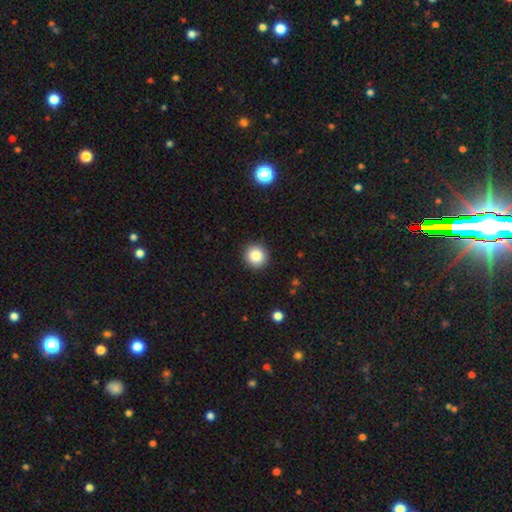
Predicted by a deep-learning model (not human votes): Smooth or featured?
  - smooth: 85% *
  - star or artifact: 10%
  - featured or disk: 5%
How rounded?
  - round: 94% *
  - in between: 5%
  - cigar-shaped: 1%
Merging?
  - none: 92% *
  - minor disturbance: 5%
  - major disturbance: 2%
  - merger: 1%